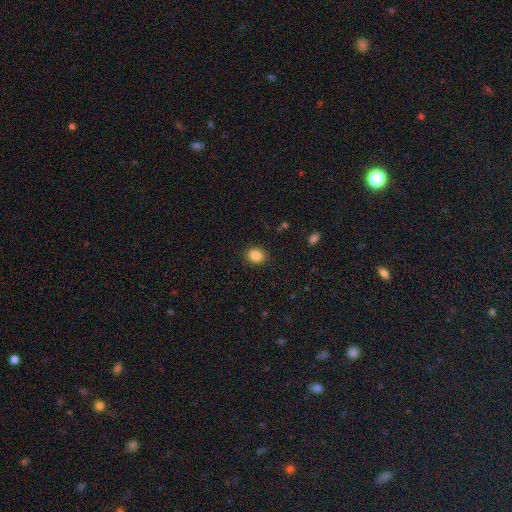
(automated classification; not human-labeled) Smooth or featured?
  - smooth: 86% *
  - star or artifact: 10%
  - featured or disk: 5%
How rounded?
  - round: 56% *
  - in between: 43%
  - cigar-shaped: 1%
Merging?
  - none: 89% *
  - minor disturbance: 7%
  - major disturbance: 2%
  - merger: 1%